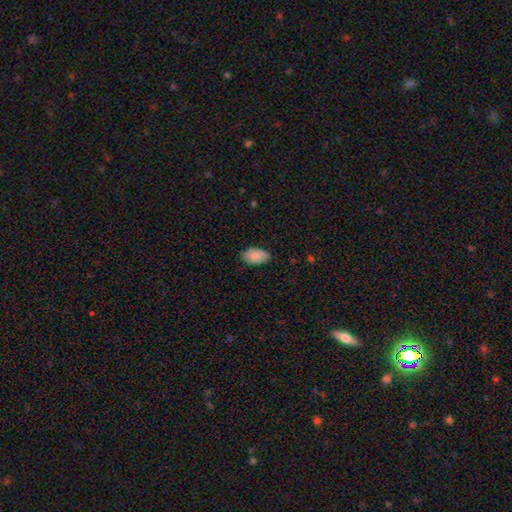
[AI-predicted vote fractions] This is clearly a smooth galaxy (84%). How rounded: clearly in between (93%). Merging: likely none (75%).